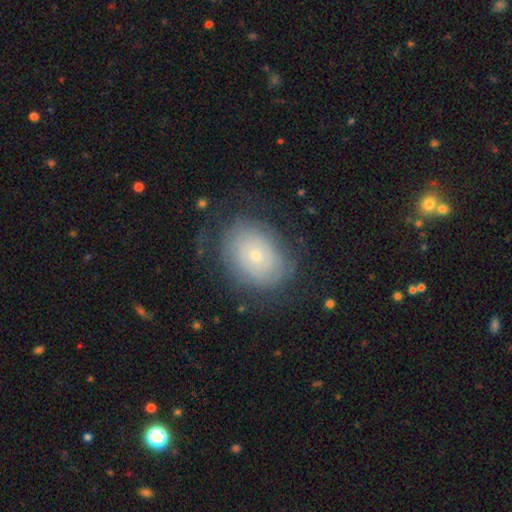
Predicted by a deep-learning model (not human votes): This appears to be a featured or disk galaxy (52%). Merging: none (71%).